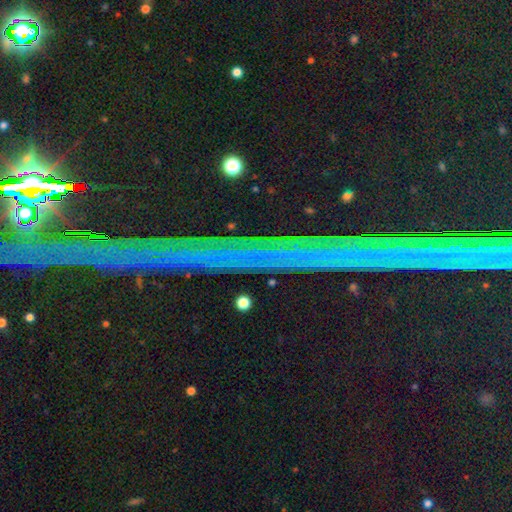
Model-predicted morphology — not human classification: Overall: star or artifact (76%).